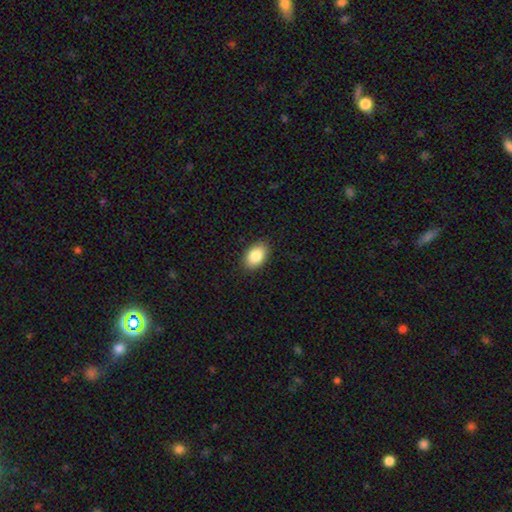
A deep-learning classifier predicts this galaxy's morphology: smooth-or-featured: smooth: 87% | star or artifact: 7% | featured or disk: 6%
  how-rounded: in between: 89% | round: 10% | cigar-shaped: 1%
  merging: none: 89% | minor disturbance: 8% | major disturbance: 2% | merger: 1%